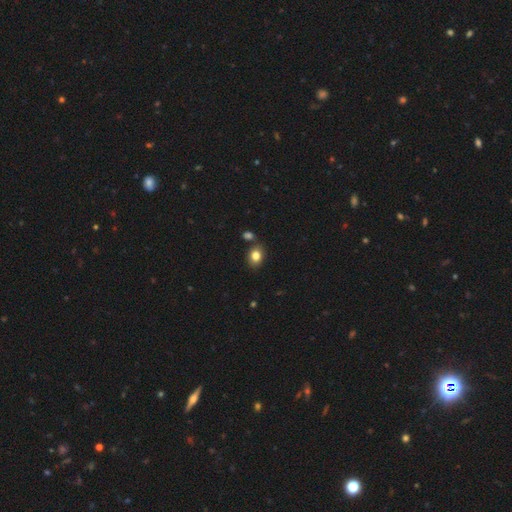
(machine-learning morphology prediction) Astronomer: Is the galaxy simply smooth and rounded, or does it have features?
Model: smooth — 83%.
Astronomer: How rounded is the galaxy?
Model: in between — 62% (runner-up: round, 37%).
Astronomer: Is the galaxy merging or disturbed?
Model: none — 76%.